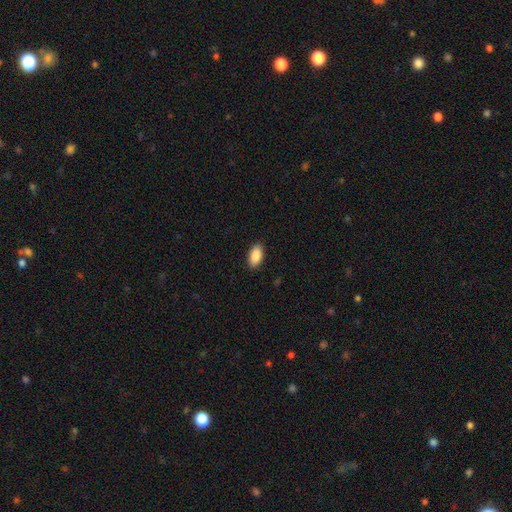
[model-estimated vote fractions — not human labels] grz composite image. It shows a smooth galaxy with no disk features (90%) that is in between round and cigar-shaped (94%). Merging: none (89%).